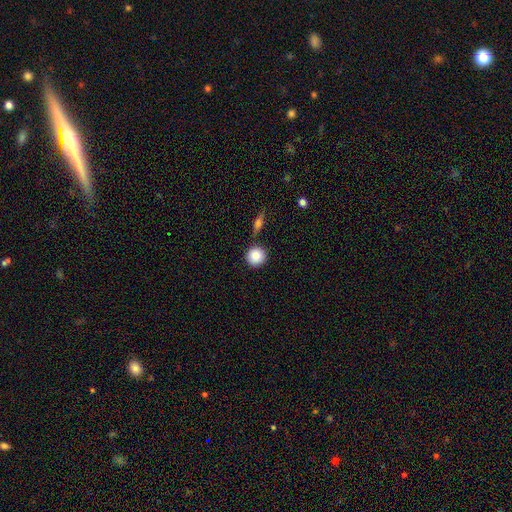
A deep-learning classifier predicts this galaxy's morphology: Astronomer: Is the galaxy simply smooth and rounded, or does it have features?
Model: smooth — 87%.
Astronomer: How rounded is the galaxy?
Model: round — 94%.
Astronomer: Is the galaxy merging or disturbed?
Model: none — 83%.